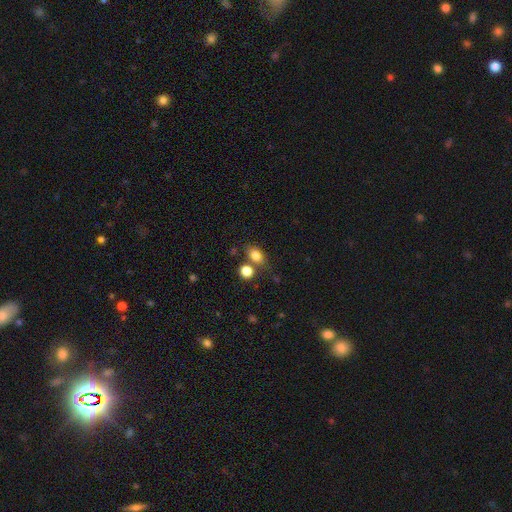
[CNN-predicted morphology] The model was most divided on "how rounded": in between: 66%, round: 32%, cigar-shaped: 2%. More confident: smooth or featured — smooth (80%); merging — none (64%).